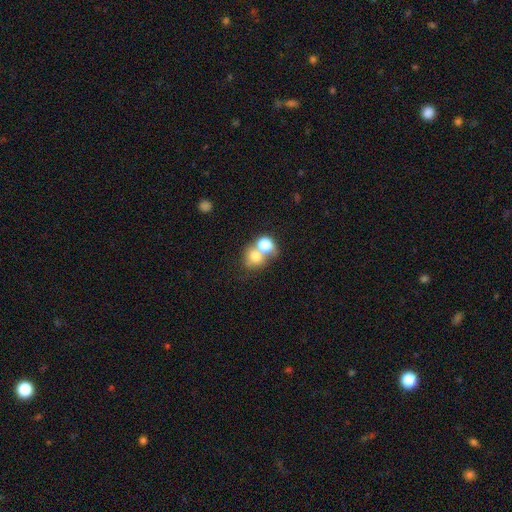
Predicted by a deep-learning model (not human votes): smooth 72%, star or artifact 15%, featured or disk 13%. Down the decision tree: how rounded — round (72%); merging — merger (48%).